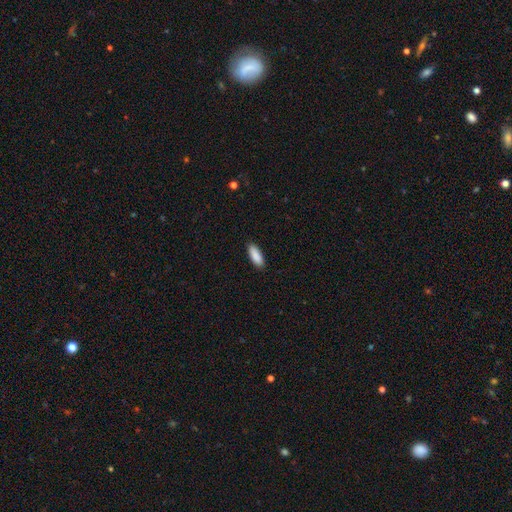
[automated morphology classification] smooth 90%, star or artifact 6%, featured or disk 4%. Down the decision tree: how rounded — in between (64%); merging — none (89%).